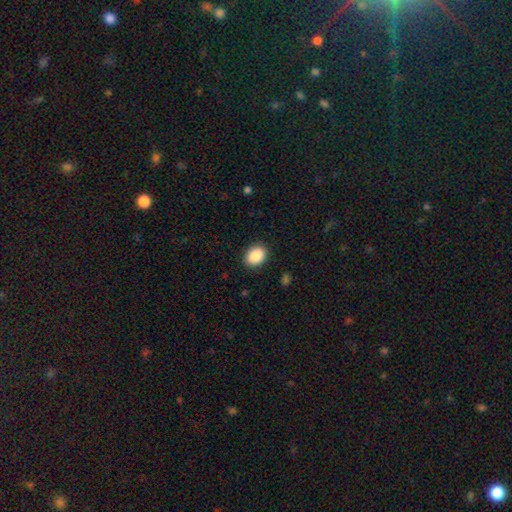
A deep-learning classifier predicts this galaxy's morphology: smooth 89%, star or artifact 7%, featured or disk 3%. Down the decision tree: how rounded — in between (70%); merging — none (89%).